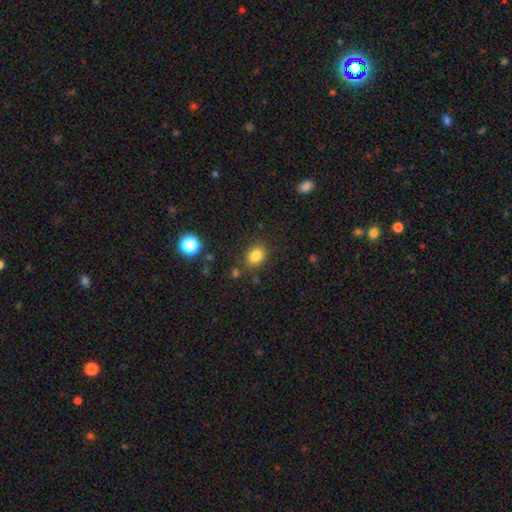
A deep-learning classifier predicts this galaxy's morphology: Smooth or featured? Predicted: smooth (p=0.83). How rounded? Predicted: in between (p=0.61). Merging? Predicted: none (p=0.80).